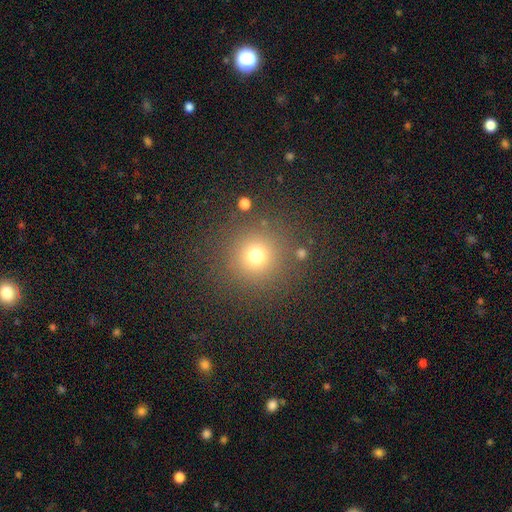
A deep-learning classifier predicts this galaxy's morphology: Overall: smooth (73%). How rounded: round (95%). Merging: none (86%).